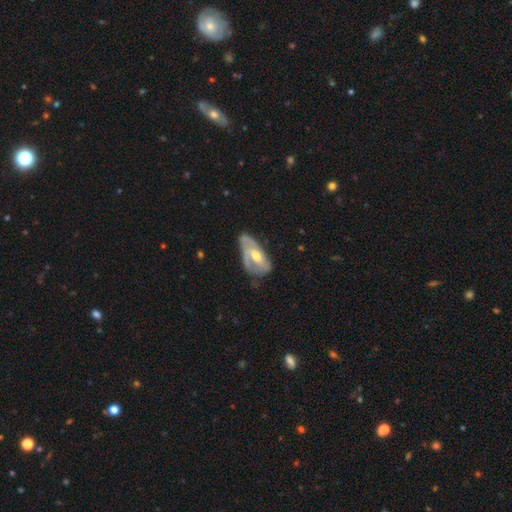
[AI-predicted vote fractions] smooth-or-featured: featured or disk: 64% | smooth: 30% | star or artifact: 6%
  disk-edge-on: no: 91% | yes: 9%
    bar: no: 53% | weak: 35% | strong: 12%
    has-spiral-arms: yes: 63% | no: 37%
    bulge-size: moderate: 68% | small: 21% | large: 8% | none: 2% | dominant: 1%
  merging: none: 36% | minor disturbance: 33% | major disturbance: 27% | merger: 4%